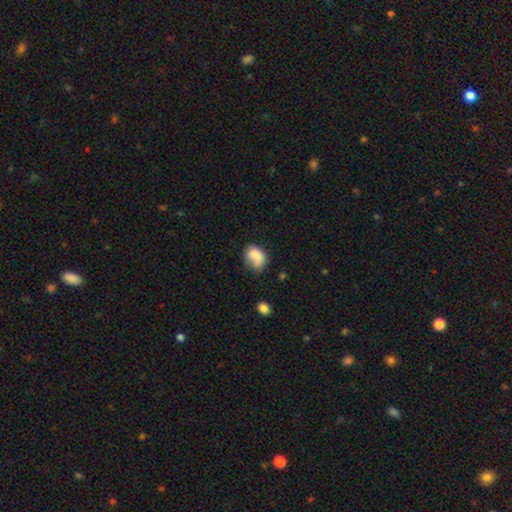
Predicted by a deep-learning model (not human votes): Morphology: type=smooth (81%); roundness=in between (66%); merging=none (48%).